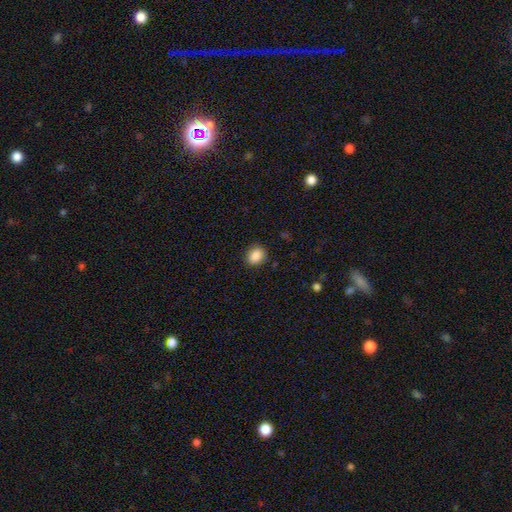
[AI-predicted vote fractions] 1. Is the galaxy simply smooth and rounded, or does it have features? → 88% smooth, 9% star or artifact, 3% featured or disk.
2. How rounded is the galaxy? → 58% round, 41% in between, 1% cigar-shaped.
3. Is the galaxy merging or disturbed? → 88% none, 8% minor disturbance, 2% major disturbance, 1% merger.